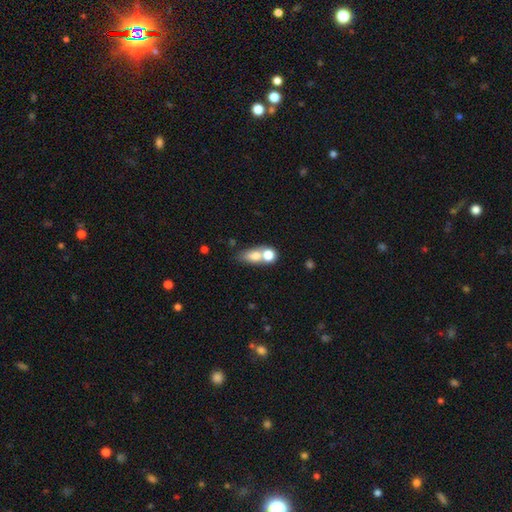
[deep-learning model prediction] Smooth or featured?
  - smooth: 71% *
  - featured or disk: 18%
  - star or artifact: 11%
How rounded?
  - in between: 62% *
  - round: 29%
  - cigar-shaped: 9%
Merging?
  - merger: 51% *
  - none: 34%
  - minor disturbance: 10%
  - major disturbance: 6%